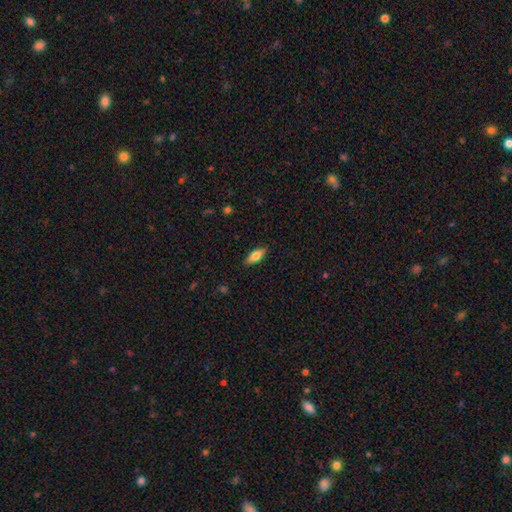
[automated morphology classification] Smooth or featured?
  - smooth: 71% *
  - featured or disk: 22%
  - star or artifact: 7%
How rounded?
  - in between: 73% *
  - cigar-shaped: 24%
  - round: 2%
Merging?
  - none: 87% *
  - minor disturbance: 10%
  - major disturbance: 2%
  - merger: 1%